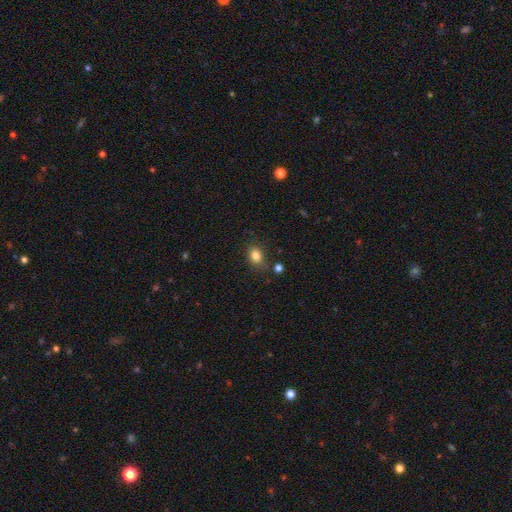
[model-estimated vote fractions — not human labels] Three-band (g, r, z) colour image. It shows a smooth galaxy with no disk features (83%) that is in between round and cigar-shaped (68%). Merging: none (78%).